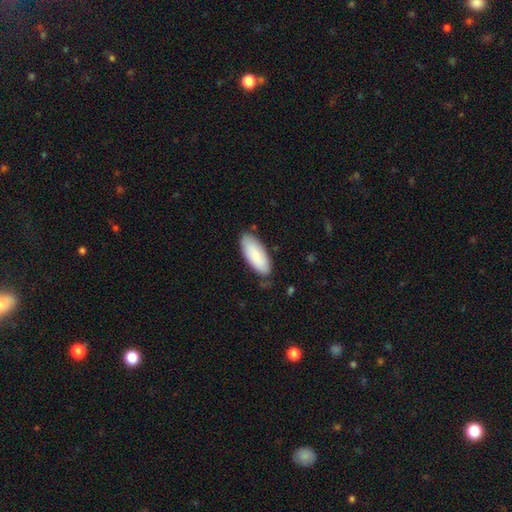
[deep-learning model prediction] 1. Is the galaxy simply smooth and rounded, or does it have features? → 84% smooth, 11% featured or disk, 5% star or artifact.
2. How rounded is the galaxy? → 83% in between, 16% cigar-shaped, 1% round.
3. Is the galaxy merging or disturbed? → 79% none, 16% minor disturbance, 3% major disturbance, 2% merger.